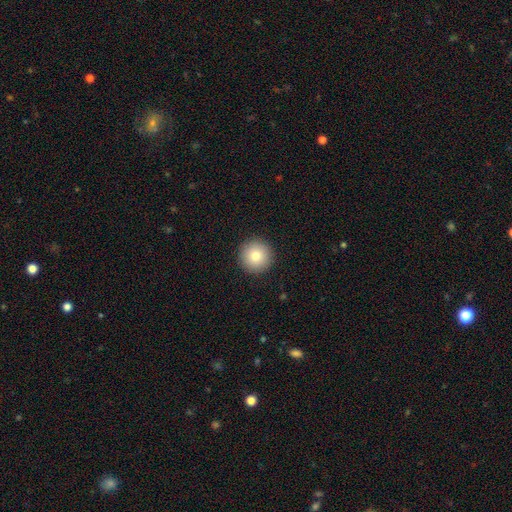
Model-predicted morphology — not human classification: smooth_or_featured: smooth (p=0.82) [alt: star or artifact p=0.09]
how_rounded: round (p=0.96) [alt: in between p=0.03]
merging: none (p=0.93) [alt: minor disturbance p=0.05]